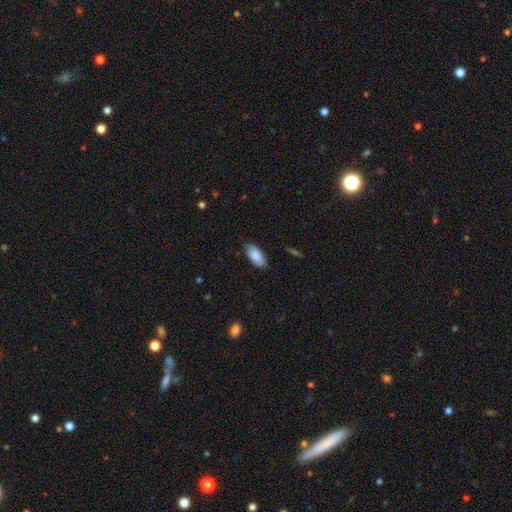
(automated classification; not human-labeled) Smooth or featured? Predicted: smooth (p=0.86). How rounded? Predicted: in between (p=0.90). Merging? Predicted: none (p=0.86).